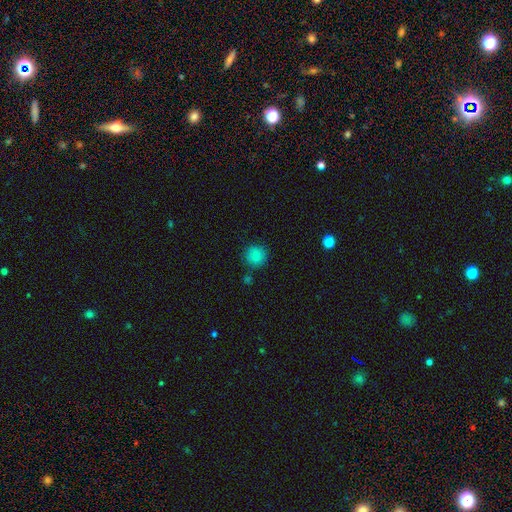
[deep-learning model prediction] A smooth galaxy with no disk features (82%) that is round (92%).

Vote fractions:
- Smooth or featured? smooth: 82% / star or artifact: 11% / featured or disk: 8%
- How rounded? round: 92% / in between: 7% / cigar-shaped: 1%
- Merging? none: 84% / minor disturbance: 9% / merger: 5% / major disturbance: 3%